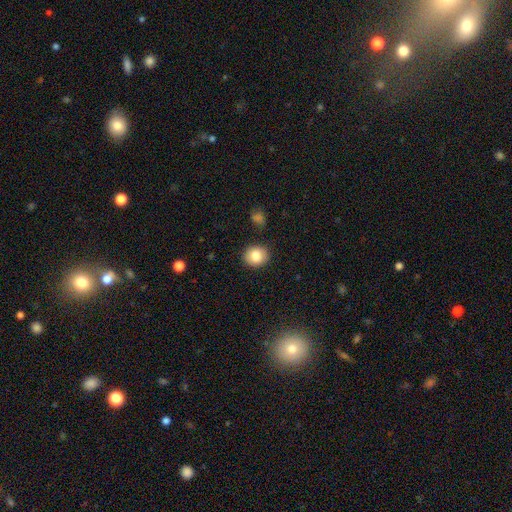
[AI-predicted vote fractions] smooth 84%, star or artifact 9%, featured or disk 7%. Down the decision tree: how rounded — round (71%); merging — none (88%).